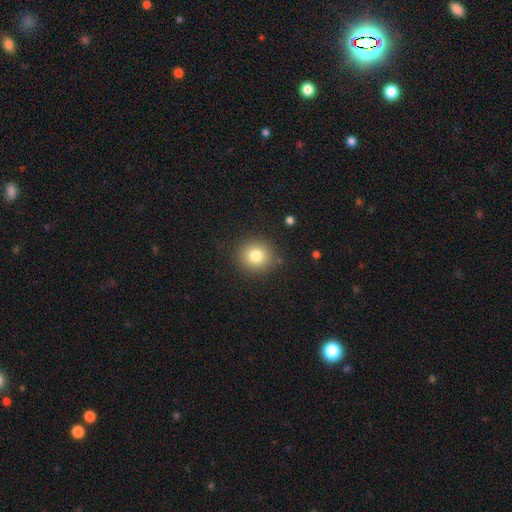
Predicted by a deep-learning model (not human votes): smooth-or-featured: smooth: 79% | star or artifact: 12% | featured or disk: 9%
  how-rounded: round: 89% | in between: 10% | cigar-shaped: 1%
  merging: none: 88% | minor disturbance: 8% | major disturbance: 3% | merger: 2%